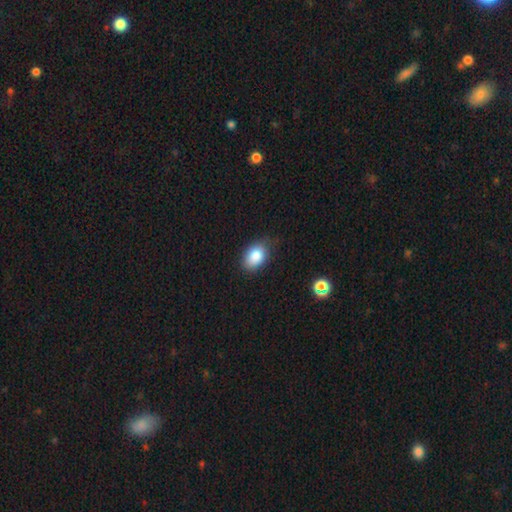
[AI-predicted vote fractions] Overall: smooth (84%). How rounded: in between (79%). Merging: none (73%).